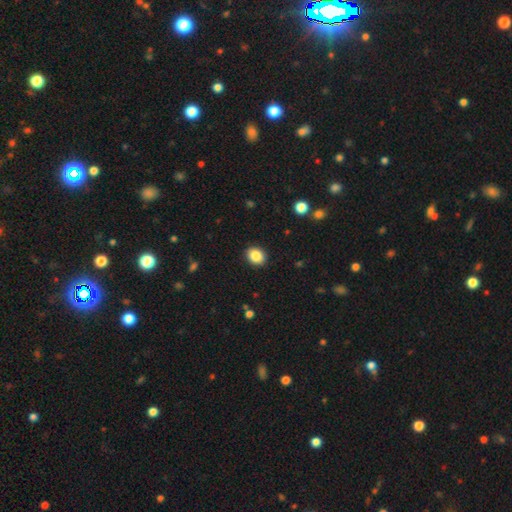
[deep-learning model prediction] Smooth or featured?
  - smooth: 87% *
  - star or artifact: 9%
  - featured or disk: 4%
How rounded?
  - in between: 50% *
  - round: 49%
  - cigar-shaped: 1%
Merging?
  - none: 90% *
  - minor disturbance: 7%
  - major disturbance: 2%
  - merger: 1%